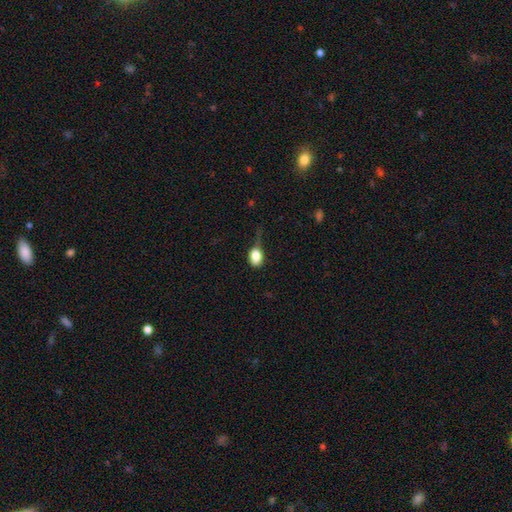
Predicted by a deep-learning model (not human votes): Smooth or featured?
  - smooth: 80% *
  - featured or disk: 11%
  - star or artifact: 9%
How rounded?
  - in between: 69% *
  - round: 28%
  - cigar-shaped: 3%
Merging?
  - minor disturbance: 38% *
  - none: 31%
  - major disturbance: 28%
  - merger: 4%